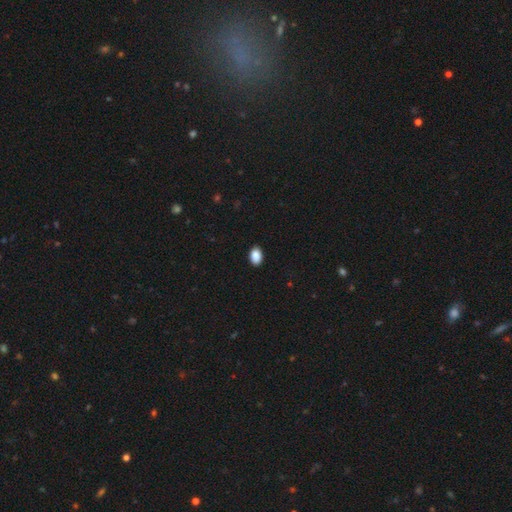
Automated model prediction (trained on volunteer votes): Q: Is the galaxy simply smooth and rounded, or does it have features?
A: smooth — 90%.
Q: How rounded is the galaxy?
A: in between — 88%.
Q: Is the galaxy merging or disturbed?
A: none — 89%.